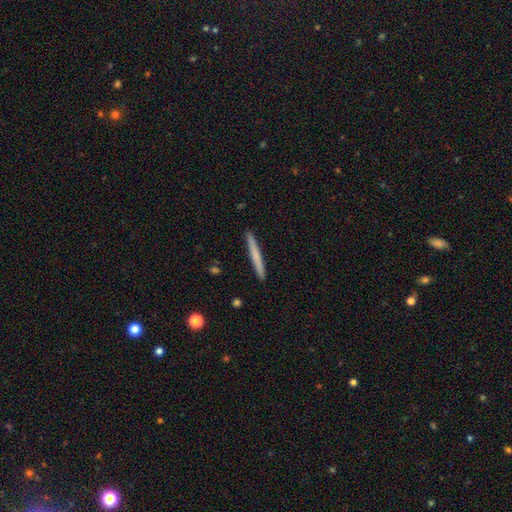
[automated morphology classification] A smooth galaxy with no disk features (64%) that is cigar-shaped (97%).

Vote fractions:
- Smooth or featured? smooth: 64% / featured or disk: 31% / star or artifact: 5%
- How rounded? cigar-shaped: 97% / in between: 2% / round: 1%
- Merging? none: 93% / minor disturbance: 5% / major disturbance: 1% / merger: 1%